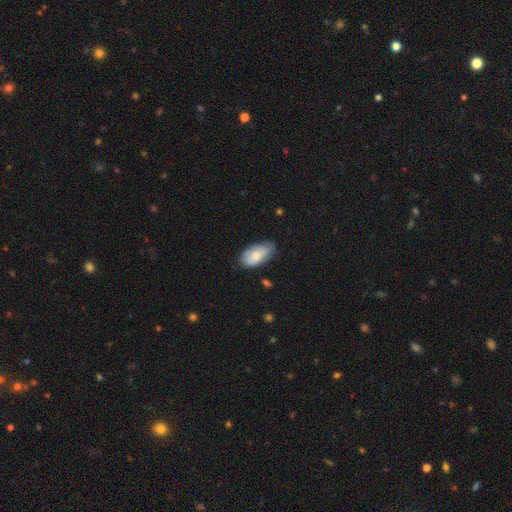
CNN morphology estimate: Smooth or featured: smooth — 72% (featured or disk — 22%)
How rounded: in between — 95% (round — 3%)
Merging: none — 69% (minor disturbance — 25%)